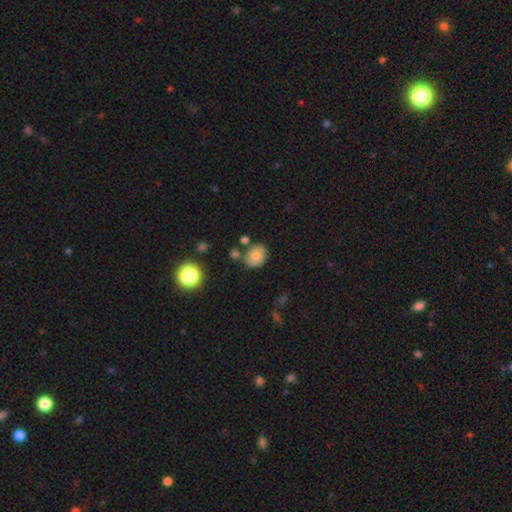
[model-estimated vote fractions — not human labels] Smooth or featured?
  - smooth: 76% *
  - featured or disk: 14%
  - star or artifact: 10%
How rounded?
  - in between: 58% *
  - round: 41%
  - cigar-shaped: 1%
Merging?
  - none: 69% *
  - minor disturbance: 17%
  - merger: 10%
  - major disturbance: 4%